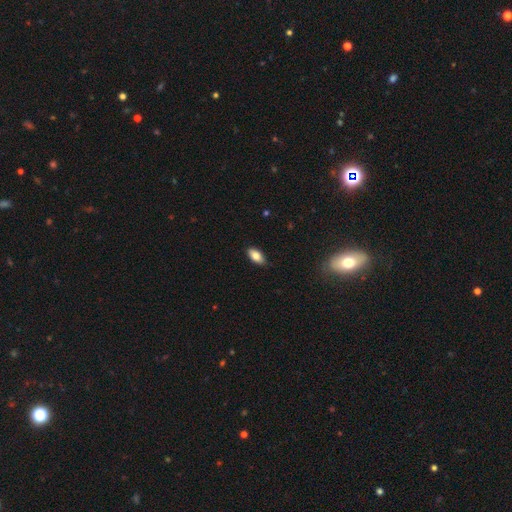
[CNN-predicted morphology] The model was most divided on "smooth or featured": smooth: 82%, featured or disk: 11%, star or artifact: 7%. More confident: how rounded — in between (91%); merging — none (85%).